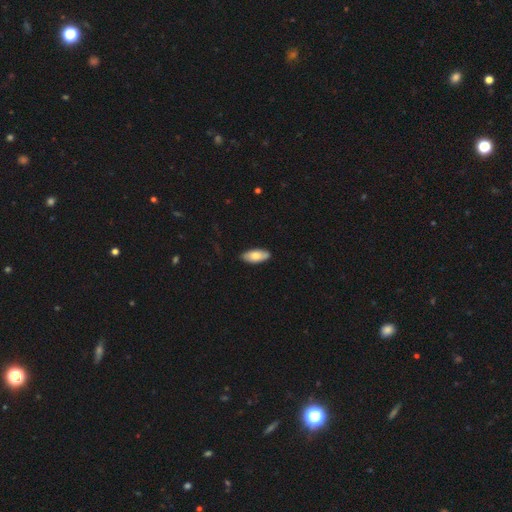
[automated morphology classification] Smooth or featured: smooth — 73% (featured or disk — 22%)
How rounded: in between — 87% (cigar-shaped — 11%)
Merging: none — 86% (minor disturbance — 11%)